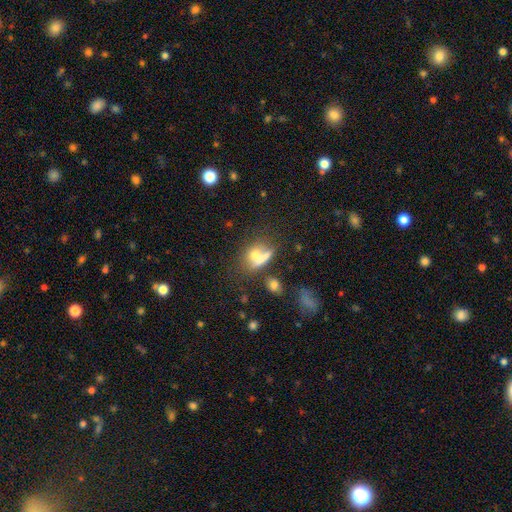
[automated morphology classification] A smooth galaxy with no disk features (66%) that is in between round and cigar-shaped (50%). Merging: none (41%).